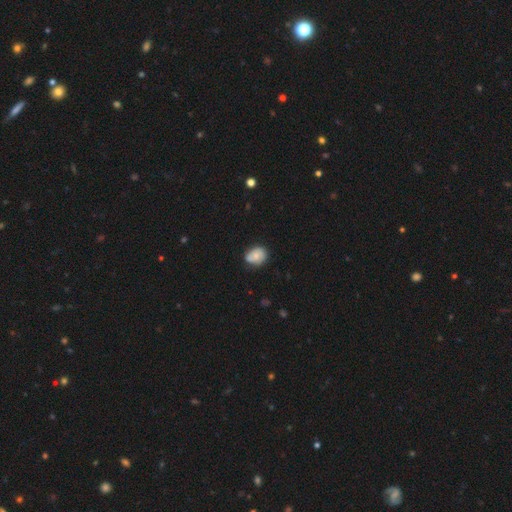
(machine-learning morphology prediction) Overall: smooth (62%; featured or disk 30%). How rounded: in between (55%; round 44%). Merging: none (63%; minor disturbance 28%).